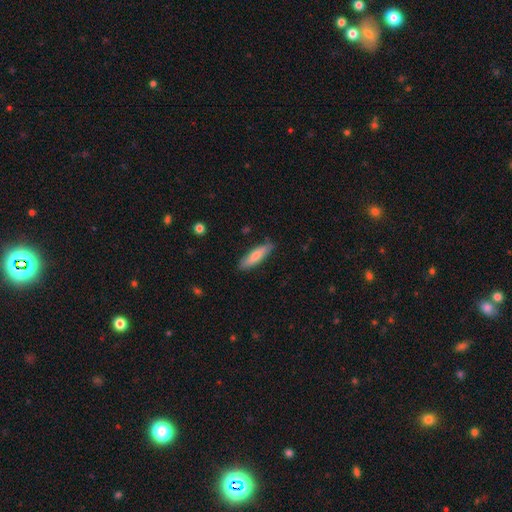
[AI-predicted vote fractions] smooth 72%, featured or disk 22%, star or artifact 6%. Down the decision tree: how rounded — cigar-shaped (67%); merging — none (84%).